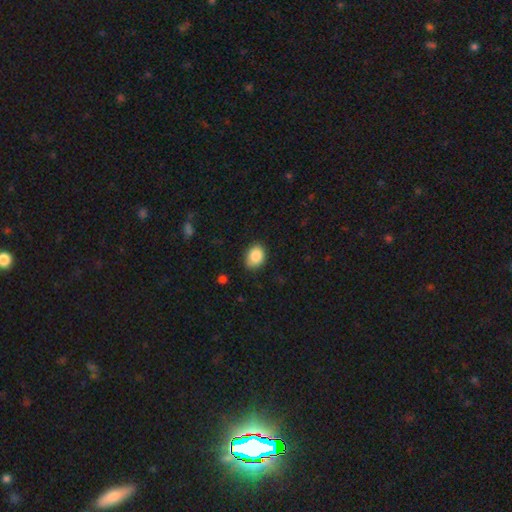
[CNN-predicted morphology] Smooth or featured? Predicted: smooth (p=0.88). How rounded? Predicted: in between (p=0.63). Merging? Predicted: none (p=0.77).